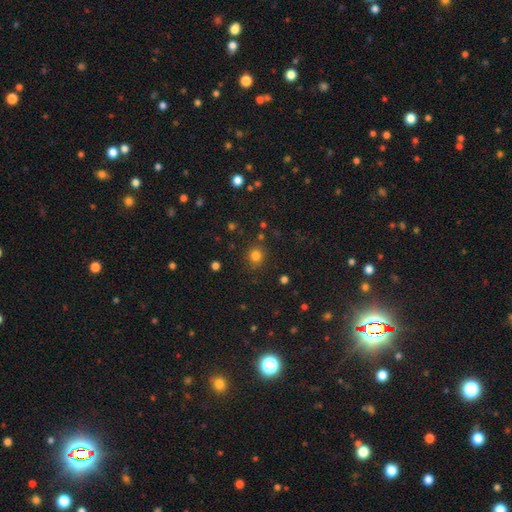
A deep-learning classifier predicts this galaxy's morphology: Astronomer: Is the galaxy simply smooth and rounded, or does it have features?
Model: smooth — 80%.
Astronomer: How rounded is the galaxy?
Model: round — 86%.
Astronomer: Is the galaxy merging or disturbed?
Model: none — 86%.